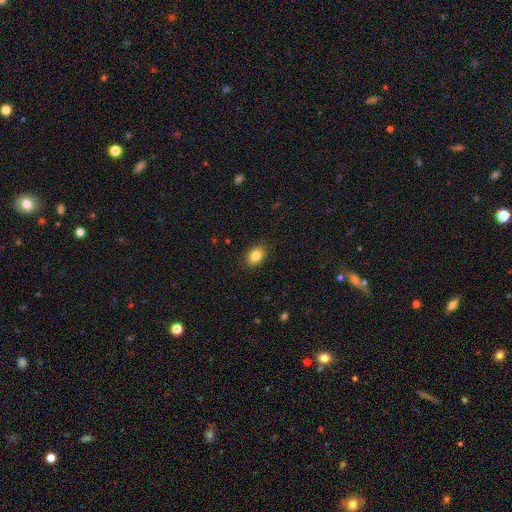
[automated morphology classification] Overall: smooth (85%). How rounded: in between (69%; round 30%). Merging: none (88%).